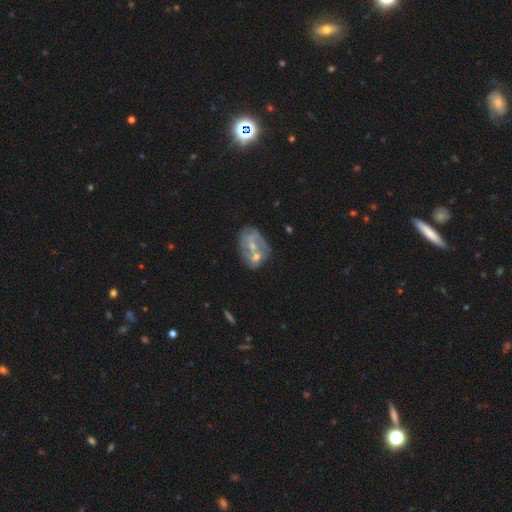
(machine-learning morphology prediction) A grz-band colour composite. It shows a featured or disk galaxy (67%) with no bar (60%), spiral arms (61%) and a small central bulge (53%). Merging: merger (46%).